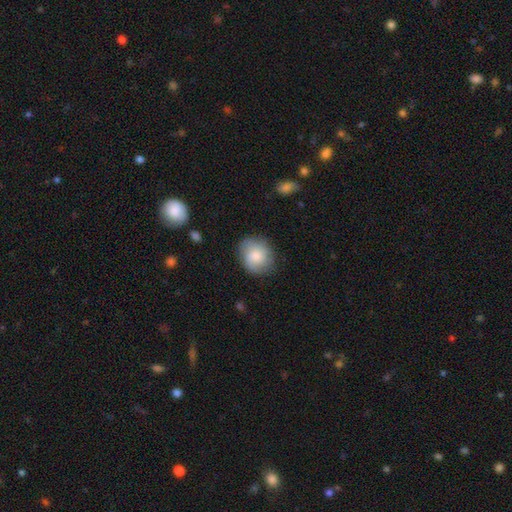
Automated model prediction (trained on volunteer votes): Q: Smooth or featured?
A: smooth (78%); runner-up: featured or disk (16%)
Q: How rounded?
A: round (74%); runner-up: in between (25%)
Q: Merging?
A: none (79%); runner-up: minor disturbance (16%)